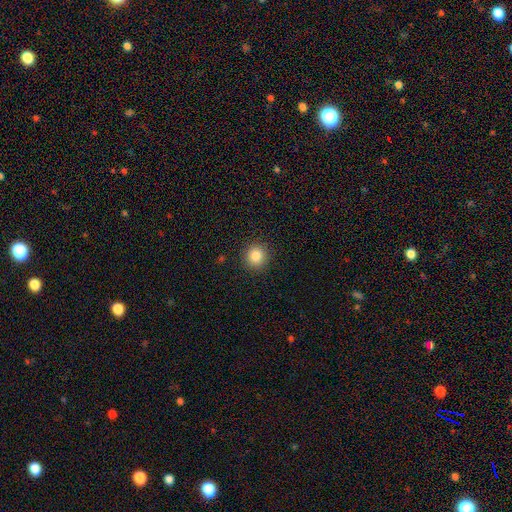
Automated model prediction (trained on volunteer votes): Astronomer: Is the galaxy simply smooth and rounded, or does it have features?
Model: smooth — 86%.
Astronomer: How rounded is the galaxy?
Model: round — 93%.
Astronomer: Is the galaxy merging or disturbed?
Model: none — 91%.